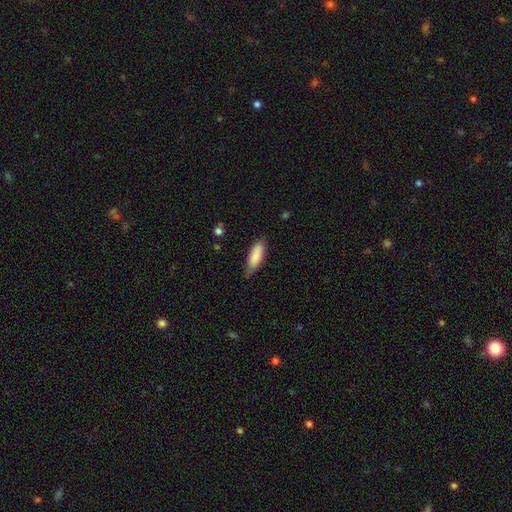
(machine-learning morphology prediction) Smooth or featured?
  - smooth: 86% *
  - featured or disk: 9%
  - star or artifact: 6%
How rounded?
  - in between: 60% *
  - cigar-shaped: 38%
  - round: 2%
Merging?
  - none: 69% *
  - minor disturbance: 25%
  - major disturbance: 4%
  - merger: 2%